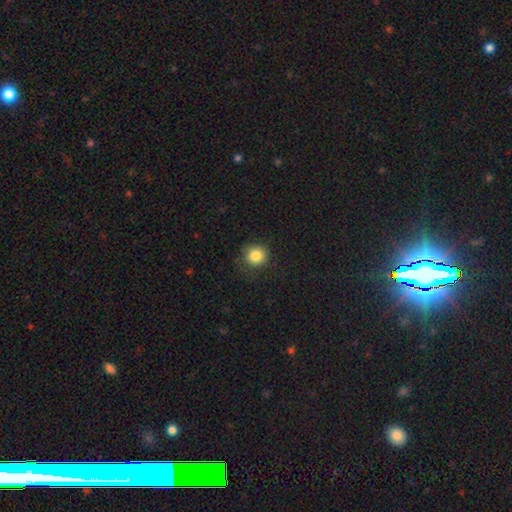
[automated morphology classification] This appears to be a smooth galaxy with no disk features (85%) that is round (91%). Merging: none (82%).